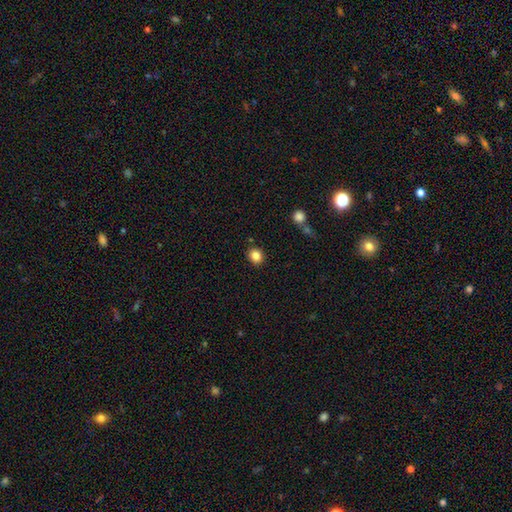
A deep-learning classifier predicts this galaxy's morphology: Overall: smooth (84%). How rounded: round (77%). Merging: none (88%).